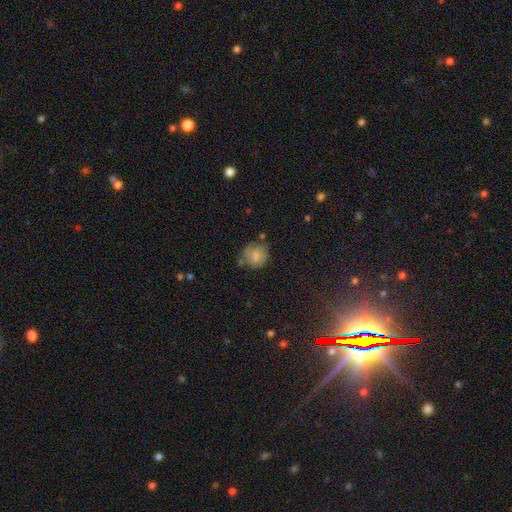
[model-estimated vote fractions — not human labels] smooth 62%, featured or disk 28%, star or artifact 10%. Down the decision tree: how rounded — round (79%); merging — none (60%).